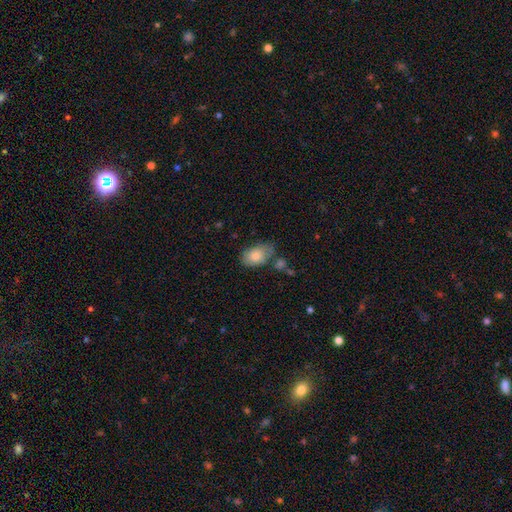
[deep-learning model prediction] This appears to be a smooth galaxy with no disk features (78%) that is in between round and cigar-shaped (88%). Merging: none (55%).